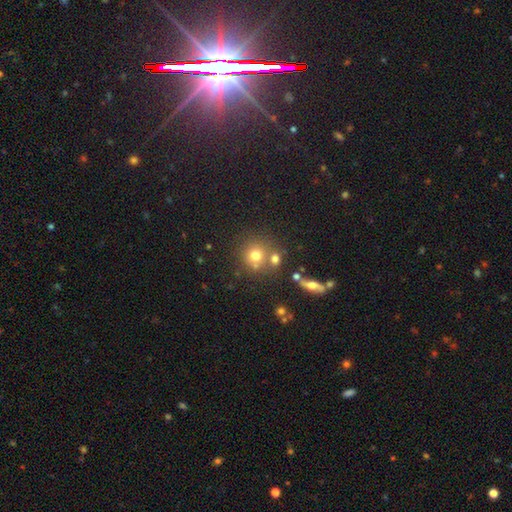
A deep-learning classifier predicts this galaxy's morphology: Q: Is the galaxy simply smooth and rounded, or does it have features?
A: smooth — 71%.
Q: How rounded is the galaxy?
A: round — 89%.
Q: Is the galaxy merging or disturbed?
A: none — 62%.